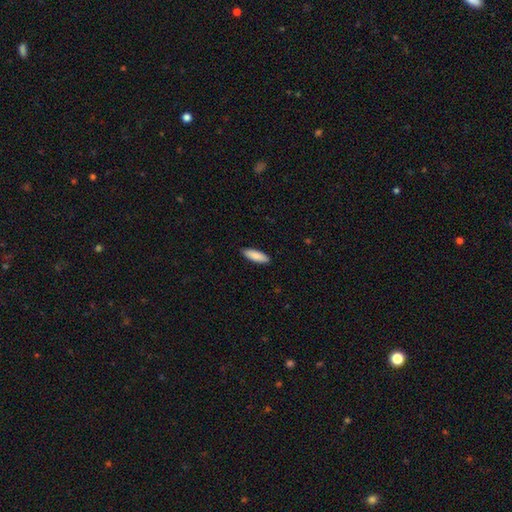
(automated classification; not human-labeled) Morphology: type=smooth (88%); roundness=in between (54%); merging=none (89%).